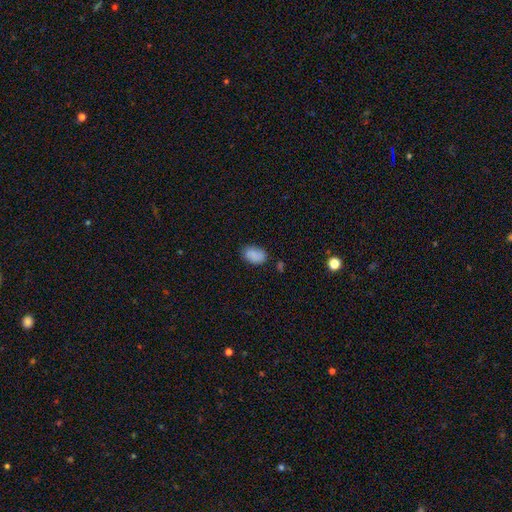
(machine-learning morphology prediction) Smooth or featured: smooth — 87% (star or artifact — 8%)
How rounded: in between — 87% (round — 12%)
Merging: none — 75% (minor disturbance — 19%)